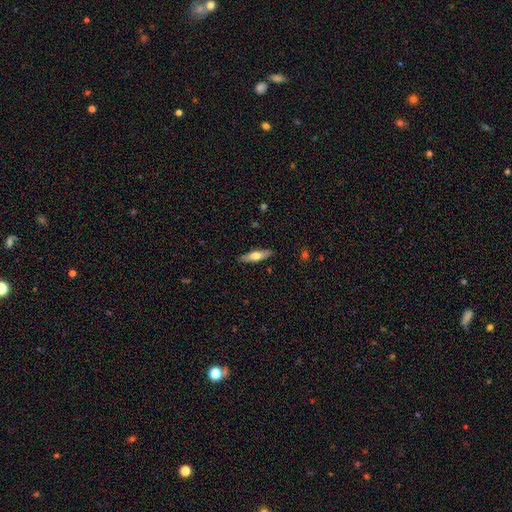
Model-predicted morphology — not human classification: Overall: smooth (57%; featured or disk 37%). How rounded: cigar-shaped (64%; in between 34%). Merging: none (88%).